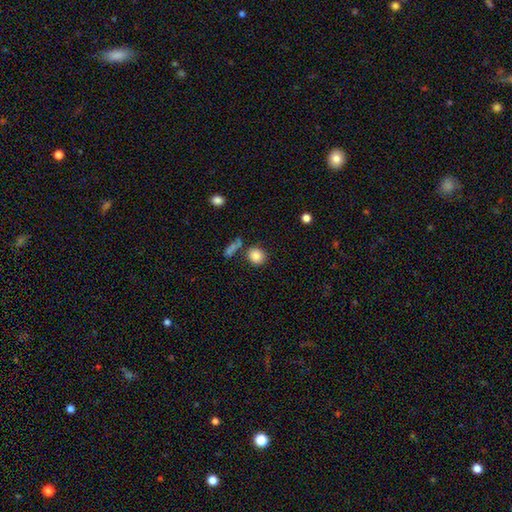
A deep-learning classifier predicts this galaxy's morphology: A smooth galaxy with no disk features (84%) that is round (82%). Merging: none (75%).